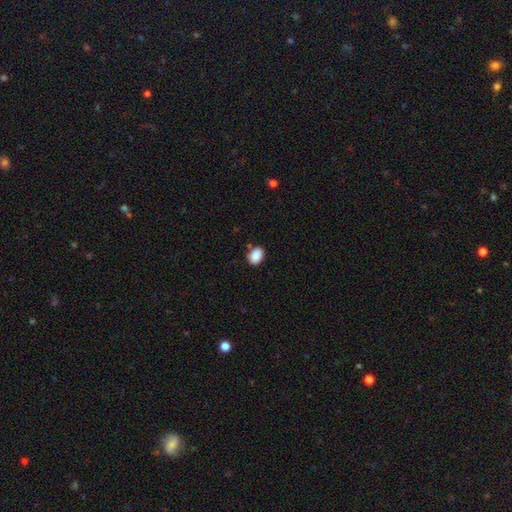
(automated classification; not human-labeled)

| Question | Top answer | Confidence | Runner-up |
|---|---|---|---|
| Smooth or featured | smooth | 88% | star or artifact (8%) |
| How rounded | in between | 71% | round (28%) |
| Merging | none | 79% | minor disturbance (15%) |